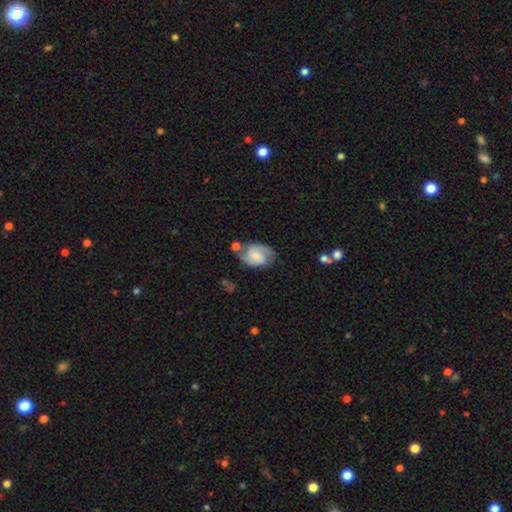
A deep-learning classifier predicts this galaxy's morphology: type=featured or disk (64%); edge-on=no (97%); bar=no (46%); spiral arms=yes (92%); winding=medium (49%); arm count=2 (81%); bulge=small (45%); merging=none (56%).